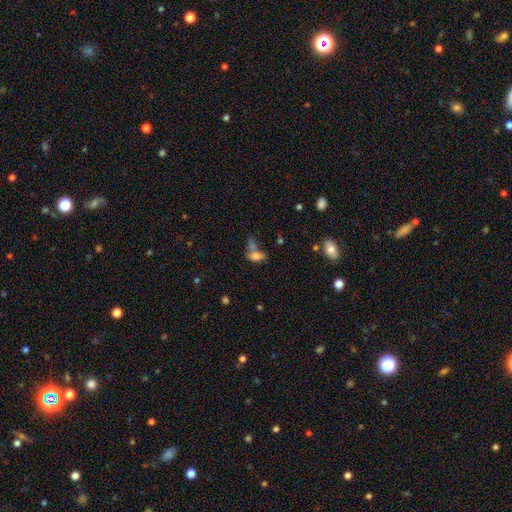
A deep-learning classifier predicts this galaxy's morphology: Q: Smooth or featured?
A: smooth (71%); runner-up: featured or disk (15%)
Q: How rounded?
A: in between (84%); runner-up: round (8%)
Q: Merging?
A: merger (40%); runner-up: none (32%)